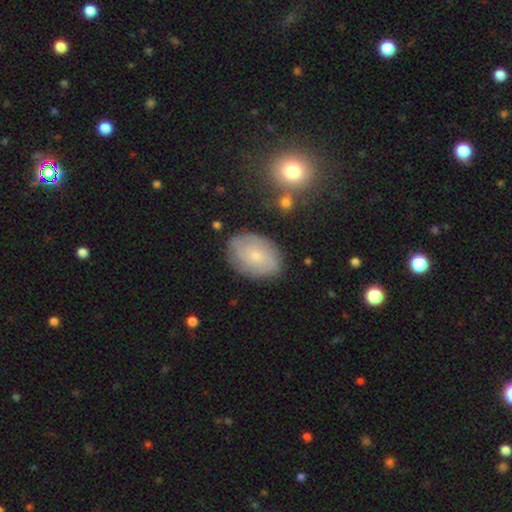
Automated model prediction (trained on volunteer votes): Smooth or featured: featured or disk — 48% (smooth — 44%)
Merging: none — 79% (minor disturbance — 15%)